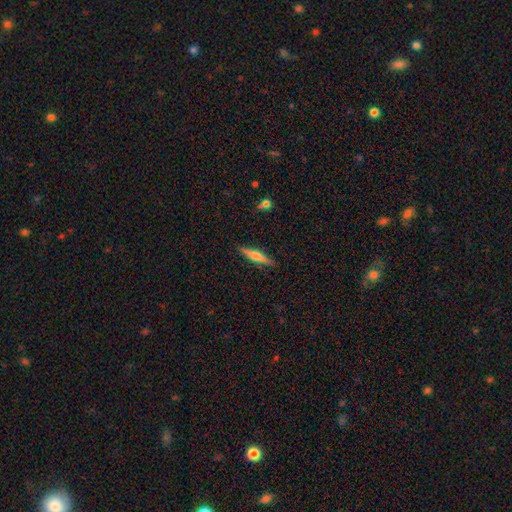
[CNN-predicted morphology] type=featured or disk (50%); edge-on=yes (96%); merging=none (90%).